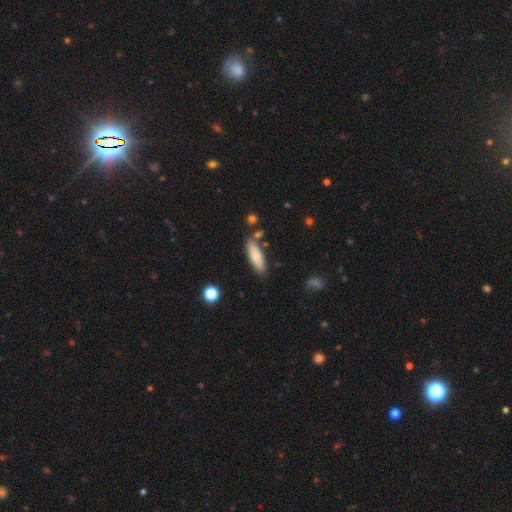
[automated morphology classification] This is likely a smooth galaxy (78%). How rounded: likely in between (60%). Merging: likely none (76%).